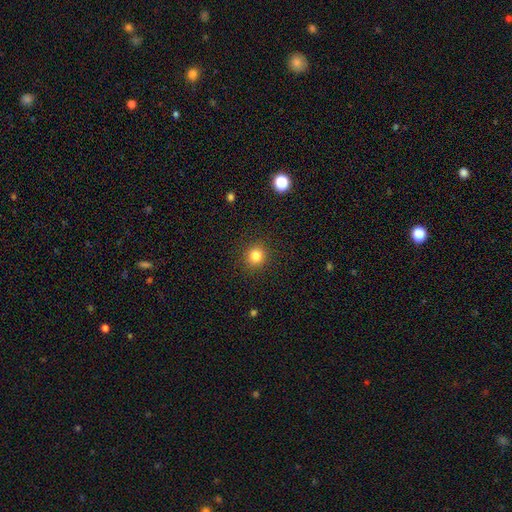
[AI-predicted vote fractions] Smooth or featured?
  - smooth: 82% *
  - star or artifact: 12%
  - featured or disk: 6%
How rounded?
  - round: 90% *
  - in between: 9%
  - cigar-shaped: 1%
Merging?
  - none: 90% *
  - minor disturbance: 6%
  - major disturbance: 2%
  - merger: 1%